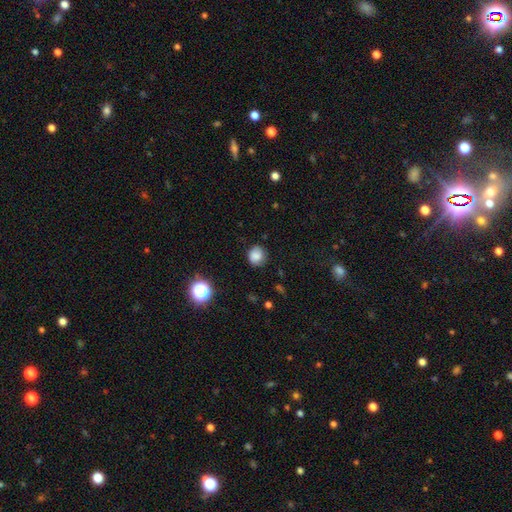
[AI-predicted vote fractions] Smooth or featured? Predicted: smooth (p=0.81). How rounded? Predicted: round (p=0.79). Merging? Predicted: none (p=0.79).